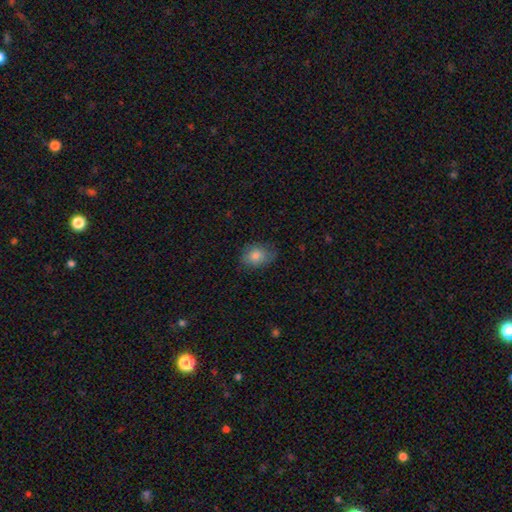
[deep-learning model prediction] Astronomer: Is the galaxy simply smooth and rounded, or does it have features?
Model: smooth — 79%.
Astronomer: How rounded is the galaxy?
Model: in between — 70%.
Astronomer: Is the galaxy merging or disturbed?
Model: none — 71%.